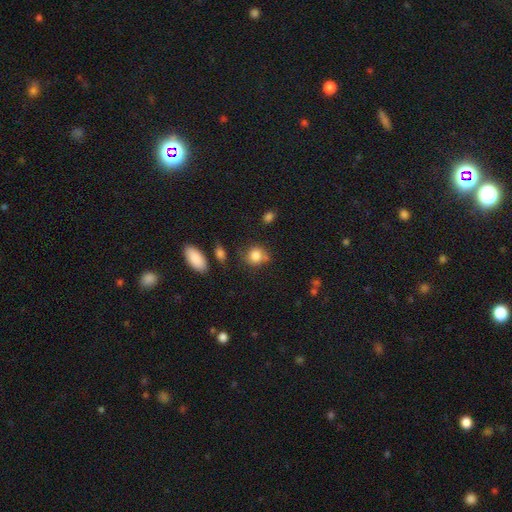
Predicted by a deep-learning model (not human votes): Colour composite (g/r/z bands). It shows a smooth galaxy with no disk features (82%) that is round (73%). Merging: none (64%).